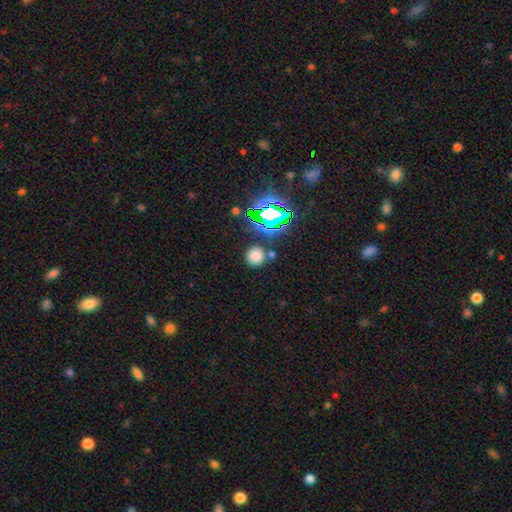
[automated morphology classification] smooth_or_featured: smooth (p=0.71) [alt: star or artifact p=0.22]
how_rounded: round (p=0.91) [alt: in between p=0.08]
merging: none (p=0.82) [alt: minor disturbance p=0.08]